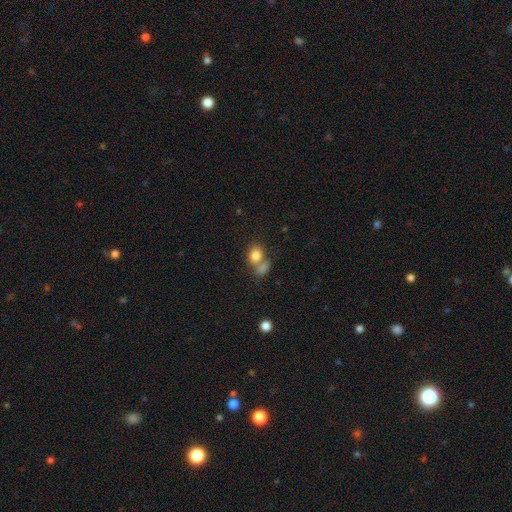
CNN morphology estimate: smooth-or-featured: smooth: 81% | star or artifact: 10% | featured or disk: 9%
  how-rounded: round: 55% | in between: 44% | cigar-shaped: 1%
  merging: merger: 43% | none: 41% | minor disturbance: 11% | major disturbance: 6%